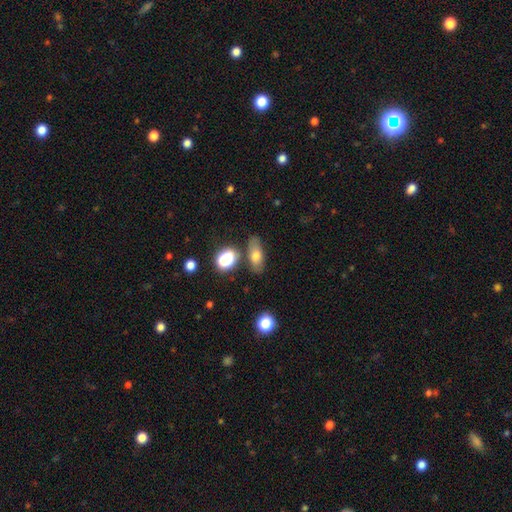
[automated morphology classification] Overall: smooth (70%). How rounded: in between (73%). Merging: none (75%).